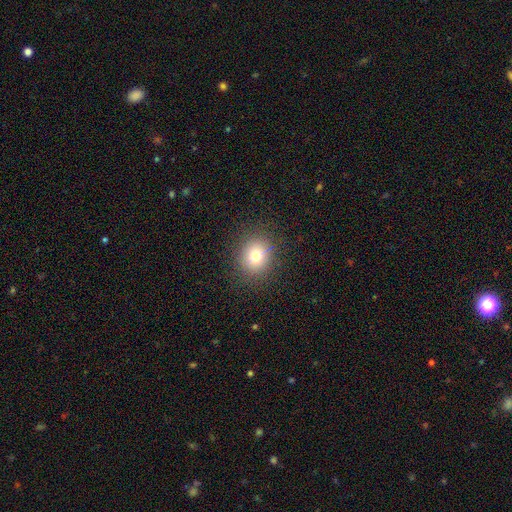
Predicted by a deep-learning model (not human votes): Overall: smooth (77%). How rounded: round (79%). Merging: none (88%).